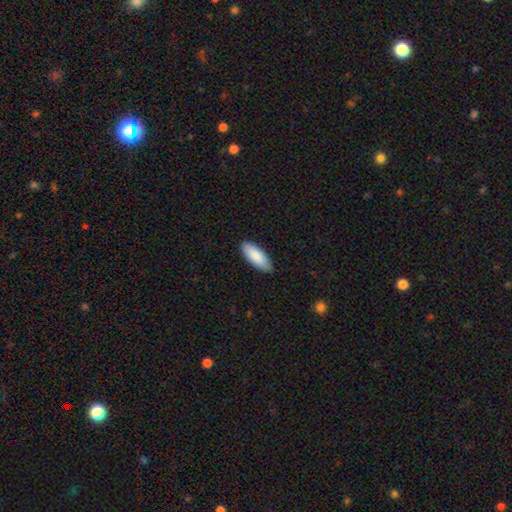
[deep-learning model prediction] Morphology: type=smooth (89%); roundness=in between (76%); merging=none (87%).